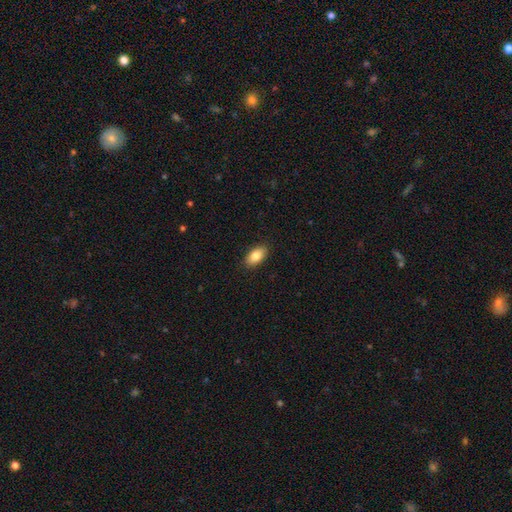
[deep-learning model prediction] Morphology: type=smooth (85%); roundness=in between (92%); merging=none (89%).